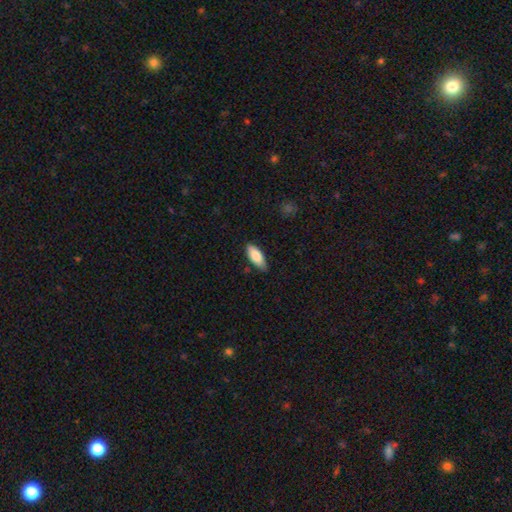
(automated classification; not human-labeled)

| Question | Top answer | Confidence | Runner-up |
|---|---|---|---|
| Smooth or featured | smooth | 83% | featured or disk (11%) |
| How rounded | in between | 79% | cigar-shaped (19%) |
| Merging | none | 80% | minor disturbance (17%) |